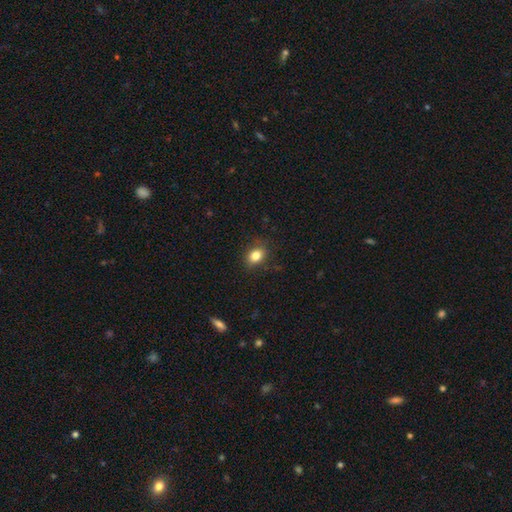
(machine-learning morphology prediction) This appears to be a smooth galaxy with no disk features (83%) that is in between round and cigar-shaped (63%). Merging: none (85%).